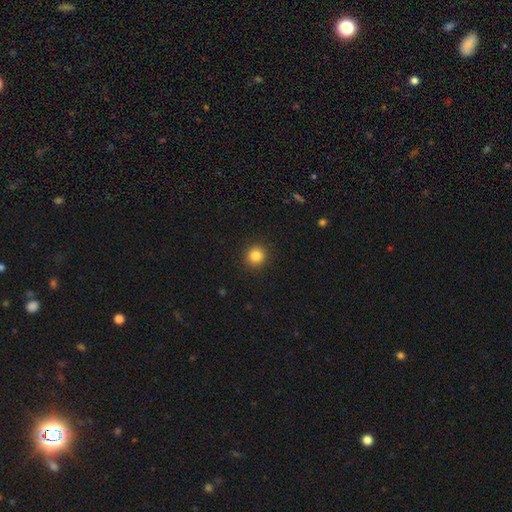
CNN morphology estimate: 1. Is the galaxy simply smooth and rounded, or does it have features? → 85% smooth, 11% star or artifact, 4% featured or disk.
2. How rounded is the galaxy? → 92% round, 7% in between, 1% cigar-shaped.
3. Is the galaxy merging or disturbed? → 92% none, 5% minor disturbance, 2% major disturbance, 1% merger.